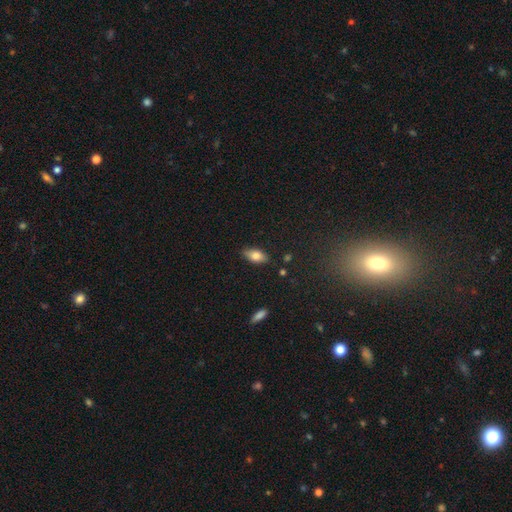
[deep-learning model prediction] A smooth galaxy with no disk features (74%) that is in between round and cigar-shaped (86%).

Vote fractions:
- Smooth or featured? smooth: 74% / featured or disk: 18% / star or artifact: 7%
- How rounded? in between: 86% / cigar-shaped: 11% / round: 3%
- Merging? none: 84% / minor disturbance: 12% / major disturbance: 2% / merger: 2%